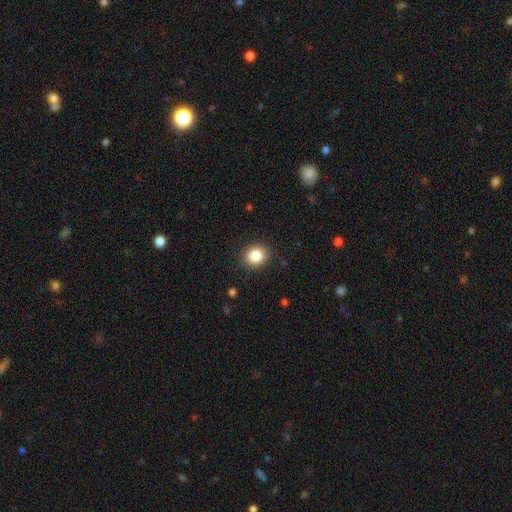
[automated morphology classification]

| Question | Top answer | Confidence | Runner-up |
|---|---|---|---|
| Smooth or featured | smooth | 84% | star or artifact (10%) |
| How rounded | round | 72% | in between (27%) |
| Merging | none | 90% | minor disturbance (7%) |